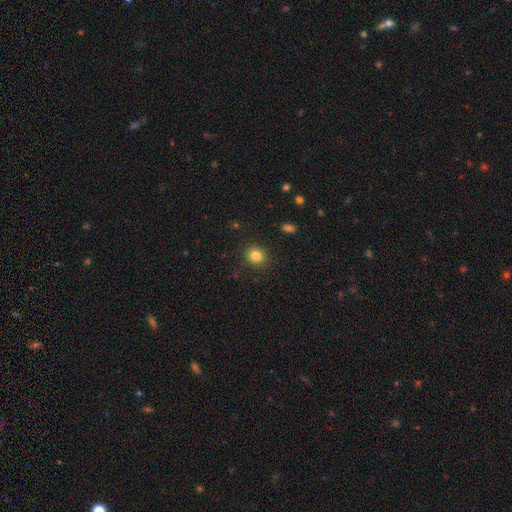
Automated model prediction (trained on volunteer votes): This appears to be a smooth galaxy with no disk features (82%) that is round (83%). Merging: none (88%).